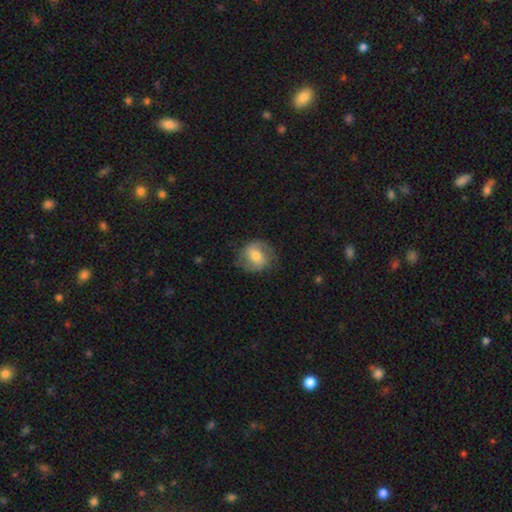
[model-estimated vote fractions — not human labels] This appears to be a featured or disk galaxy (48%). Merging: none (73%).